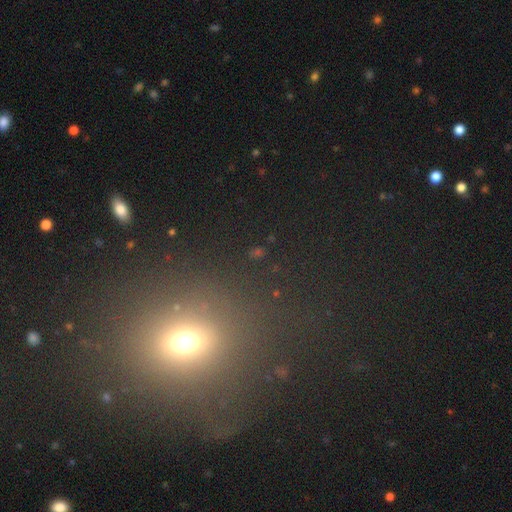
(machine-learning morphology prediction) A smooth galaxy with no disk features (45%, tied with star or artifact). Merging: none (82%).